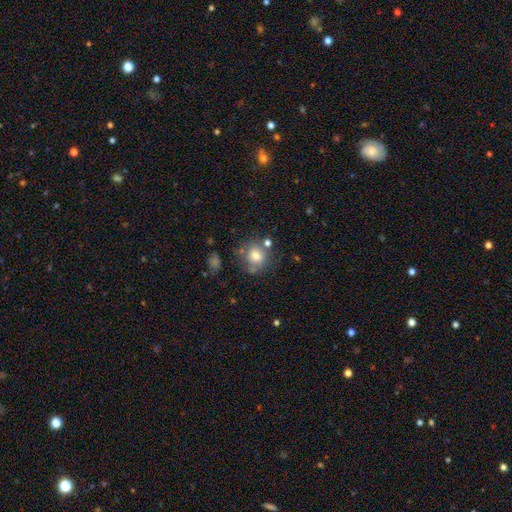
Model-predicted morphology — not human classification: The model was most divided on "merging": none: 66%, minor disturbance: 16%, merger: 12%, major disturbance: 6%. More confident: how rounded — round (78%); smooth or featured — smooth (74%).